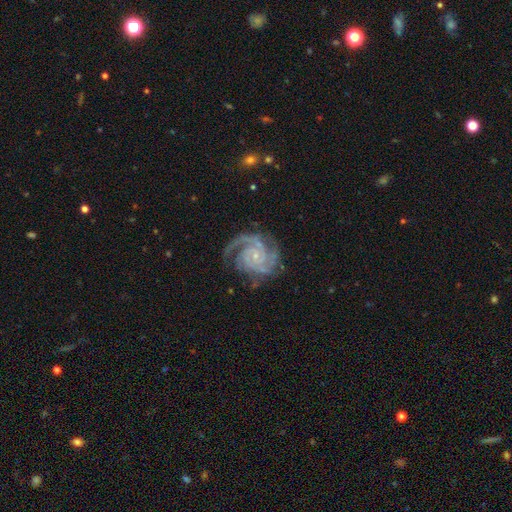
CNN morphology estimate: This is clearly a featured or disk galaxy (92%). It is clearly not viewed edge-on (98%). Bar: likely no (72%). Spiral arm pattern: clearly yes (99%). Spiral arm count: marginally 3 (36%). Spiral winding: likely tight (66%). Central bulge: clearly small (83%). Merging: likely none (74%).